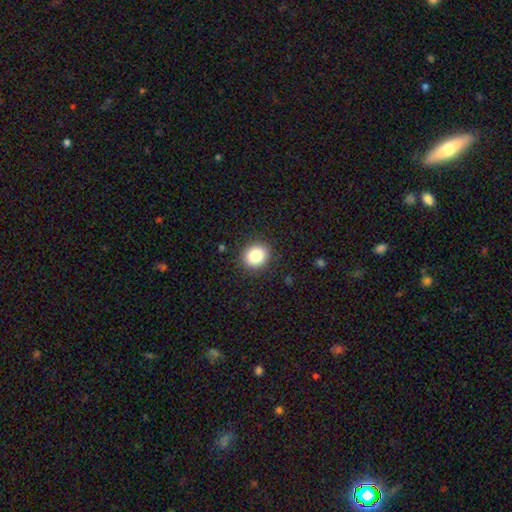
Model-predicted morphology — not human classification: The model was most divided on "how rounded": round: 78%, in between: 21%, cigar-shaped: 1%. More confident: merging — none (90%); smooth or featured — smooth (83%).